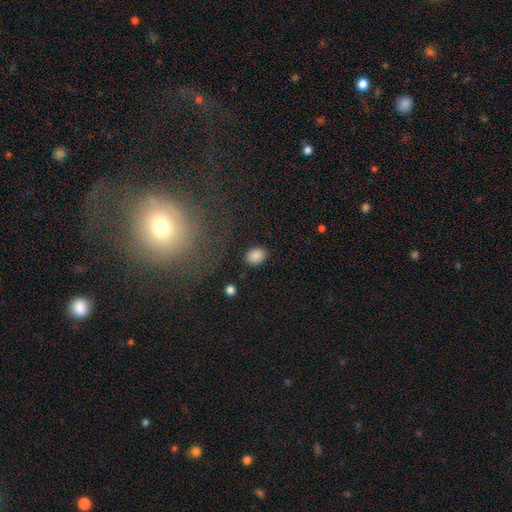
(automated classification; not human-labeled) smooth_or_featured: smooth (p=0.88) [alt: star or artifact p=0.09]
how_rounded: in between (p=0.64) [alt: round p=0.35]
merging: none (p=0.86) [alt: minor disturbance p=0.10]